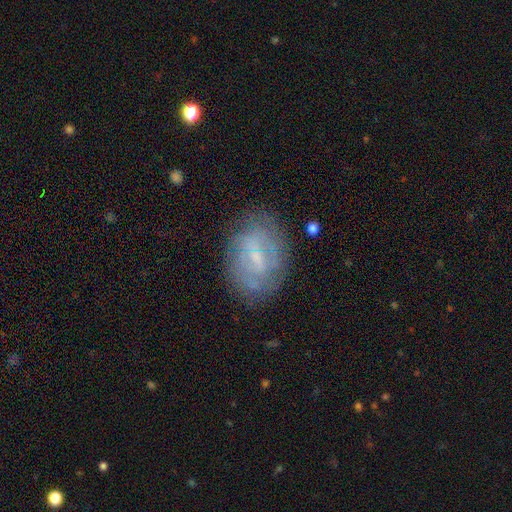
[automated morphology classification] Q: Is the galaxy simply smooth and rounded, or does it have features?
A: featured or disk — 63%.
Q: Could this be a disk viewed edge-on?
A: no — 96%.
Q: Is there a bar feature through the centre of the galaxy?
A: weak — 53%.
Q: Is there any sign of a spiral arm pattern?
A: yes — 64%.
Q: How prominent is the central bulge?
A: small — 56%.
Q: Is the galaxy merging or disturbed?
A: none — 71%.